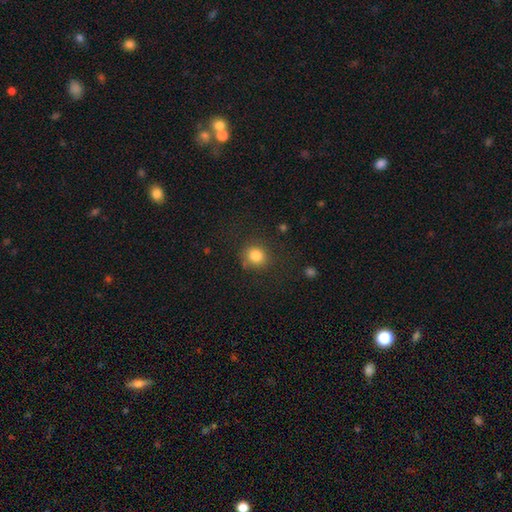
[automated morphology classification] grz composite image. It shows a smooth galaxy with no disk features (83%) that is round (83%). Merging: none (81%).